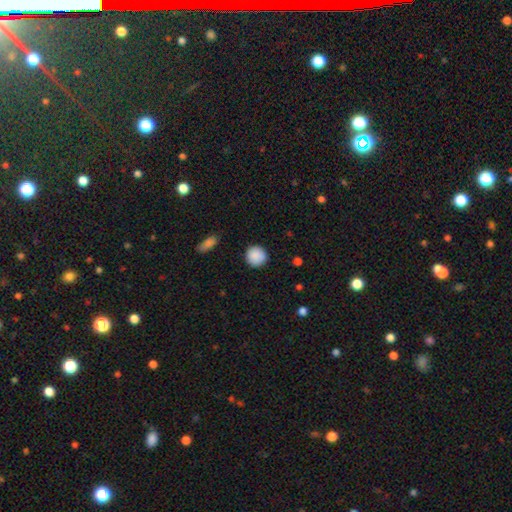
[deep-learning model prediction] A smooth galaxy with no disk features (89%) that is round (93%).

Vote fractions:
- Smooth or featured? smooth: 89% / star or artifact: 7% / featured or disk: 4%
- How rounded? round: 93% / in between: 6% / cigar-shaped: 1%
- Merging? none: 90% / minor disturbance: 7% / major disturbance: 2% / merger: 1%